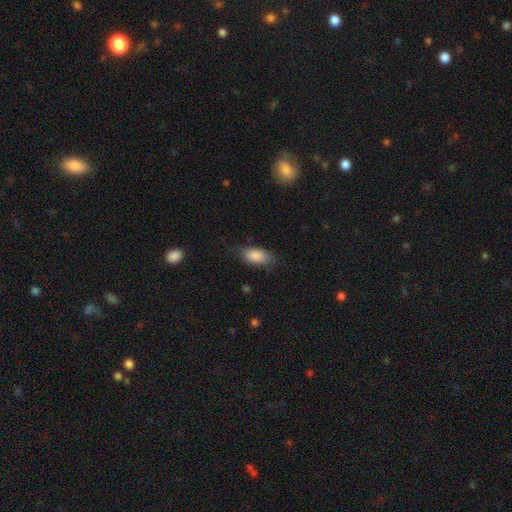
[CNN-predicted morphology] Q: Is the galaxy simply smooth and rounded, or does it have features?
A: smooth — 86%.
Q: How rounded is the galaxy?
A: in between — 90%.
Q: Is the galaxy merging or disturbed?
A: none — 71%.